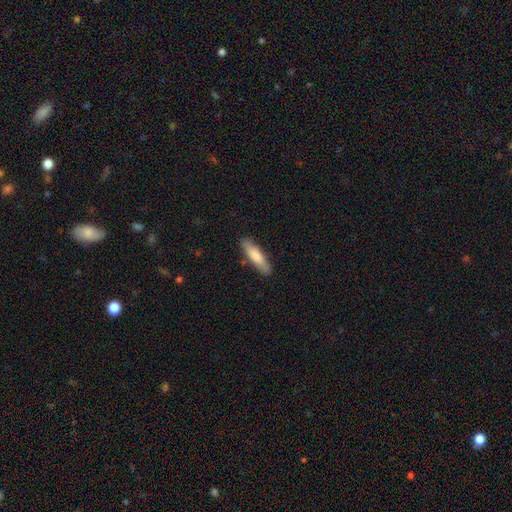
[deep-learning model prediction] Q: Smooth or featured?
A: smooth (78%); runner-up: featured or disk (17%)
Q: How rounded?
A: cigar-shaped (70%); runner-up: in between (28%)
Q: Merging?
A: none (86%); runner-up: minor disturbance (11%)